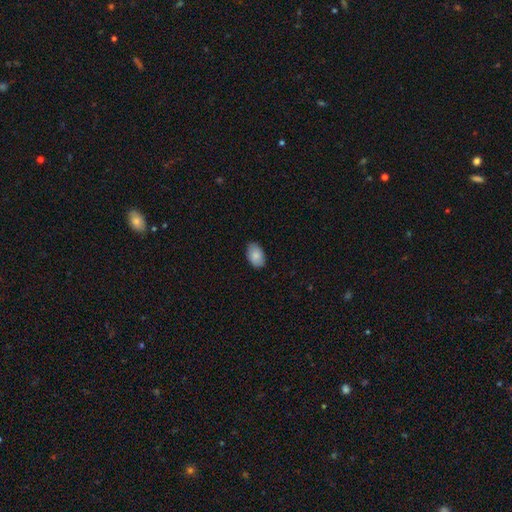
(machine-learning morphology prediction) A smooth galaxy with no disk features (86%) that is in between round and cigar-shaped (91%). Merging: none (86%).